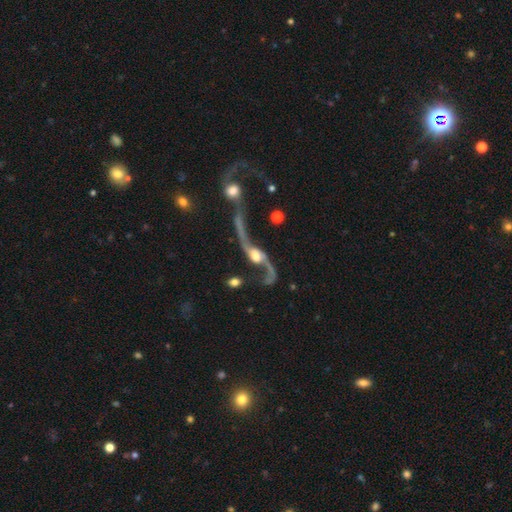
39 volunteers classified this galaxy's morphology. This is likely a featured or disk galaxy (74%). It is clearly not viewed edge-on (83%). Bar: possibly weak (46%, tied with no). Spiral arm pattern: clearly yes (88%). Spiral arm count: clearly 2 (100%). Spiral winding: clearly loose (100%). Central bulge: likely moderate (62%). Merging: marginally none (32%).